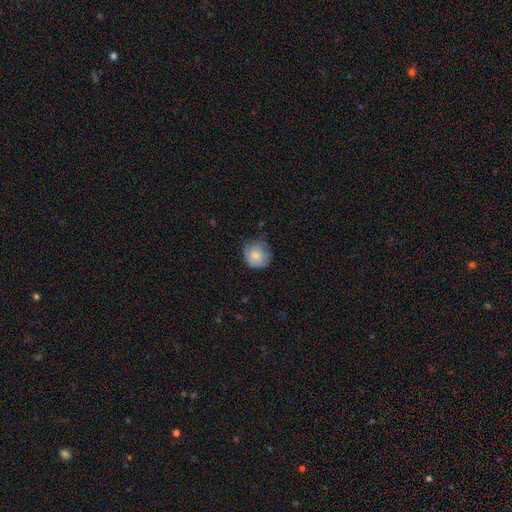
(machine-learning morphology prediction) type=smooth (79%); roundness=round (87%); merging=none (63%).